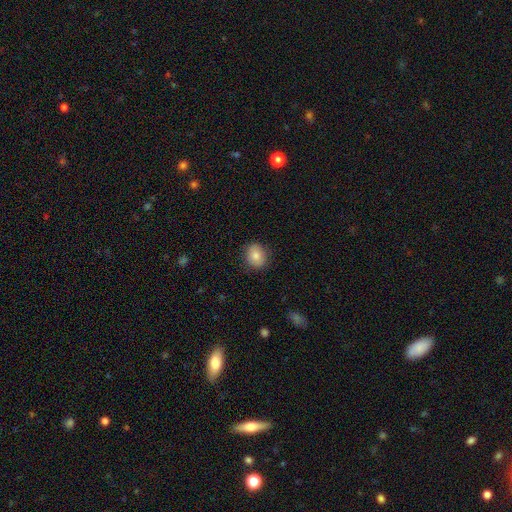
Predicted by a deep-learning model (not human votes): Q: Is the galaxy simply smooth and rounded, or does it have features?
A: smooth — 82%.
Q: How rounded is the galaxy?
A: round — 68%.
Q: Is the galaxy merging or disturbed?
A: none — 86%.